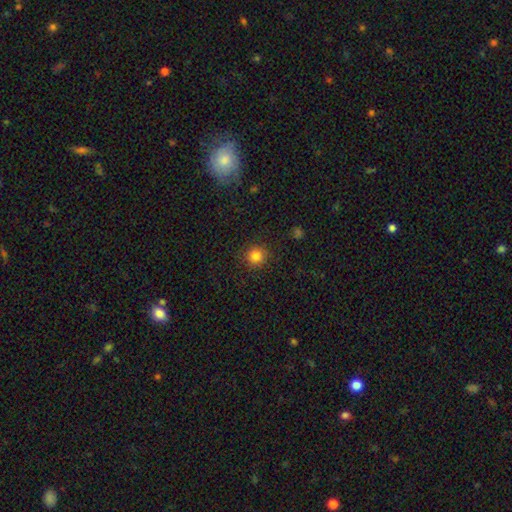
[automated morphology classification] Smooth or featured?
  - smooth: 83% *
  - star or artifact: 12%
  - featured or disk: 5%
How rounded?
  - round: 93% *
  - in between: 6%
  - cigar-shaped: 1%
Merging?
  - none: 90% *
  - minor disturbance: 7%
  - major disturbance: 2%
  - merger: 1%